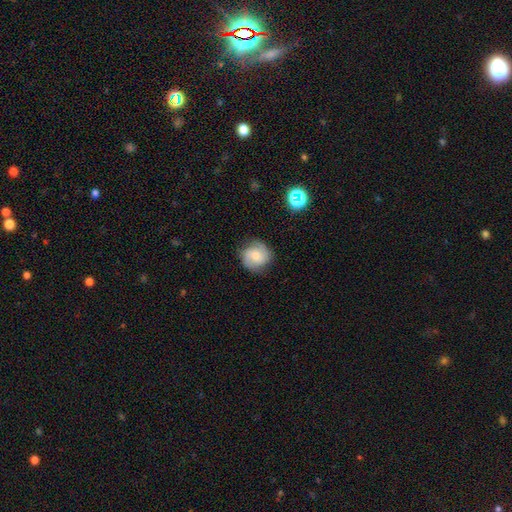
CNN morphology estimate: Q: Smooth or featured?
A: featured or disk (51%); runner-up: smooth (40%)
Q: Edge-on disk?
A: no (97%); runner-up: yes (3%)
Q: Merging?
A: none (81%); runner-up: minor disturbance (14%)